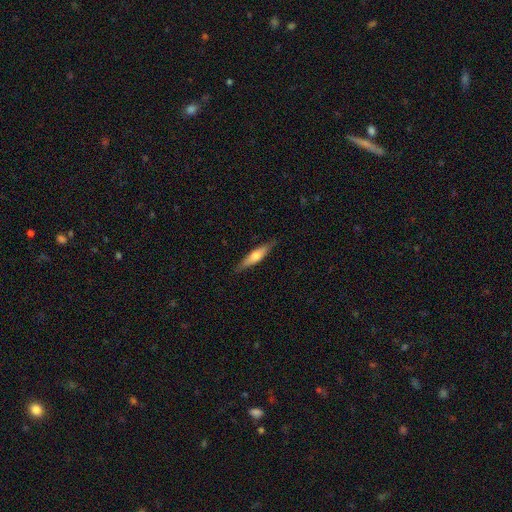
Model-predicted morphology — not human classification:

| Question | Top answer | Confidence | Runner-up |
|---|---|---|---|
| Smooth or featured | smooth | 51% | featured or disk (44%) |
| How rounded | cigar-shaped | 79% | in between (19%) |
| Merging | none | 87% | minor disturbance (10%) |